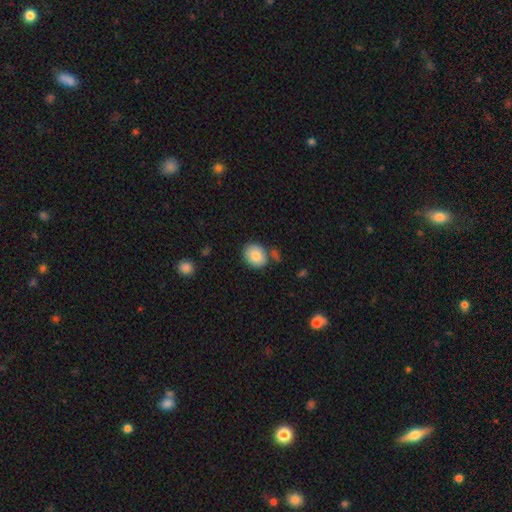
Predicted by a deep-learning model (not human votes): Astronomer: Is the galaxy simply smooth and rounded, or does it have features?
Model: smooth — 82%.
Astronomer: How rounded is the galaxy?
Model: round — 52% (runner-up: in between, 48%).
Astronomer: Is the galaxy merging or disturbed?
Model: none — 72%.